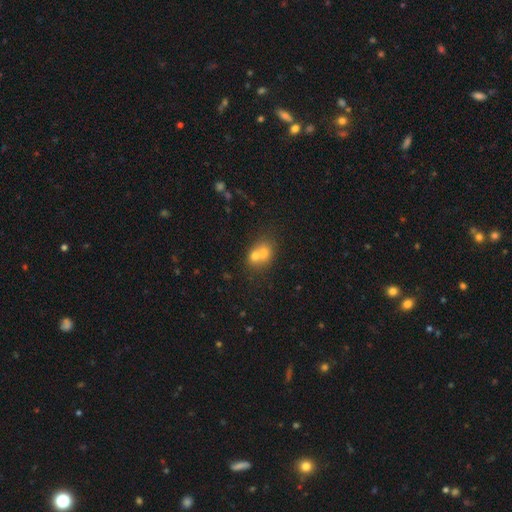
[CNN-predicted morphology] Smooth or featured?
  - smooth: 63% *
  - featured or disk: 23%
  - star or artifact: 15%
How rounded?
  - round: 65% *
  - in between: 34%
  - cigar-shaped: 1%
Merging?
  - merger: 64% *
  - none: 27%
  - minor disturbance: 6%
  - major disturbance: 3%